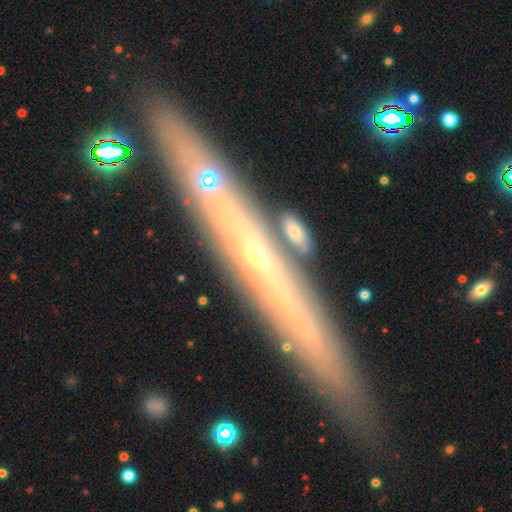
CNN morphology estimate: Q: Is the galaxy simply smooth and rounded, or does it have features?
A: featured or disk — 72%.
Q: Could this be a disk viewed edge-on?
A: yes — 89%.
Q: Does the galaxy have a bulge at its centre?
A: none — 66%.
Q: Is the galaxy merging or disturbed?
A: none — 85%.